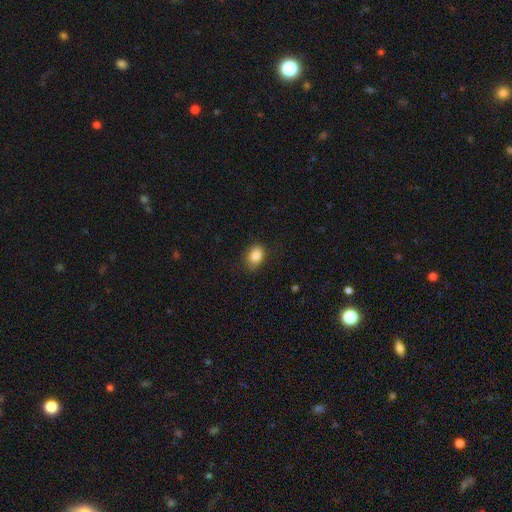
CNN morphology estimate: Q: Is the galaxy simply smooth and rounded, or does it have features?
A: smooth — 85%.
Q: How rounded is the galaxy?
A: in between — 74%.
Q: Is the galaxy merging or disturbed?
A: none — 78%.